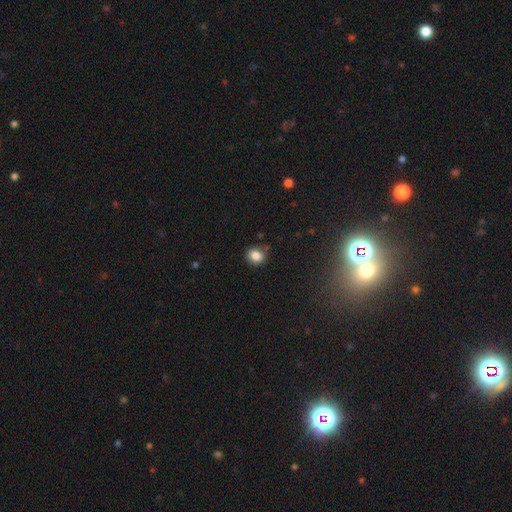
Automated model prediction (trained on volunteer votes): Smooth or featured? Predicted: smooth (p=0.84). How rounded? Predicted: round (p=0.65). Merging? Predicted: none (p=0.84).